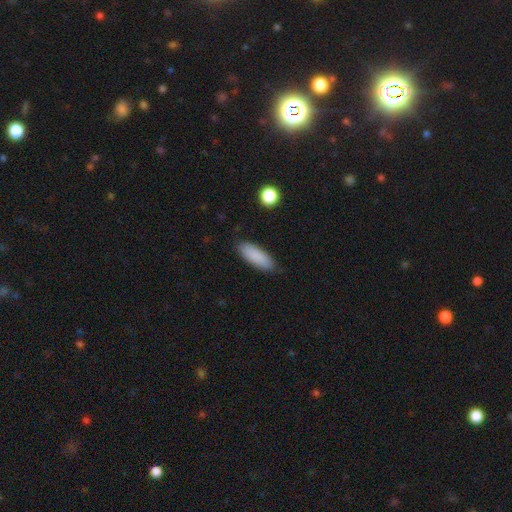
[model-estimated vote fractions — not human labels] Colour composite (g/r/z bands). It shows a smooth galaxy with no disk features (88%) that is in between round and cigar-shaped (66%). Merging: none (85%).